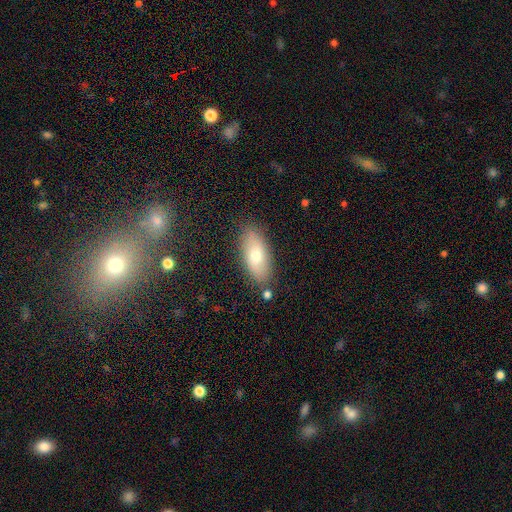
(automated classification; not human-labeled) Smooth or featured? smooth (68%)
How rounded? in between (86%)
Merging? none (83%)